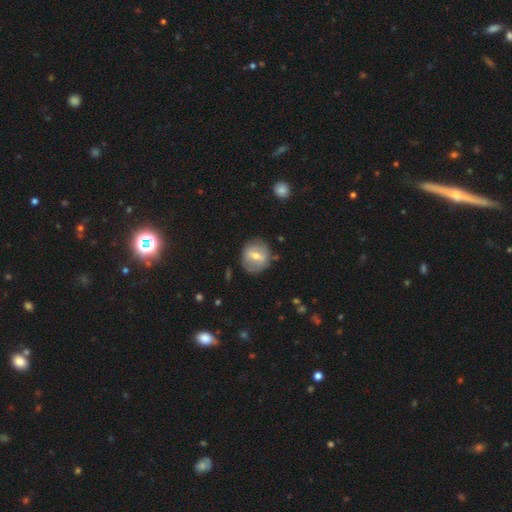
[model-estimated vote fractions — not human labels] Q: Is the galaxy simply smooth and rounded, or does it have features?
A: smooth — 49%.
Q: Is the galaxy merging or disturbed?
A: none — 80%.